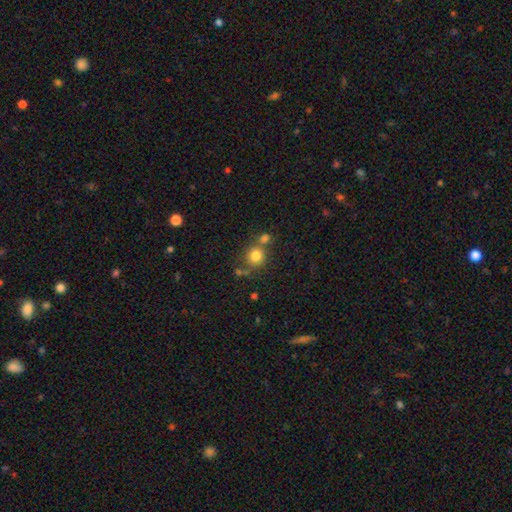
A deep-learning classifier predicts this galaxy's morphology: smooth_or_featured: smooth (p=0.80) [alt: star or artifact p=0.12]
how_rounded: round (p=0.89) [alt: in between p=0.10]
merging: none (p=0.60) [alt: merger p=0.26]